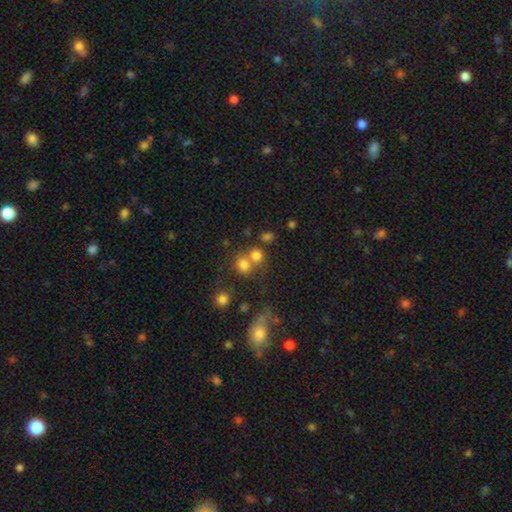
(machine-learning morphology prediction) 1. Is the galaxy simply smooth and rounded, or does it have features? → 75% smooth, 16% star or artifact, 10% featured or disk.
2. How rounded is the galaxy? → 80% round, 19% in between, 1% cigar-shaped.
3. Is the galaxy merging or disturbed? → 47% none, 42% merger, 7% minor disturbance, 4% major disturbance.